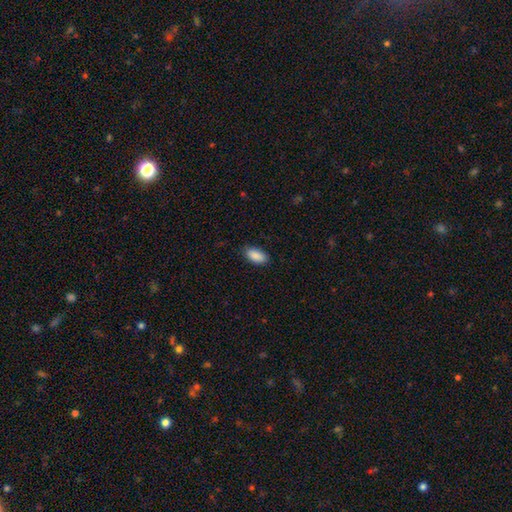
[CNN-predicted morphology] Smooth or featured? smooth (90%)
How rounded? in between (94%)
Merging? none (87%)